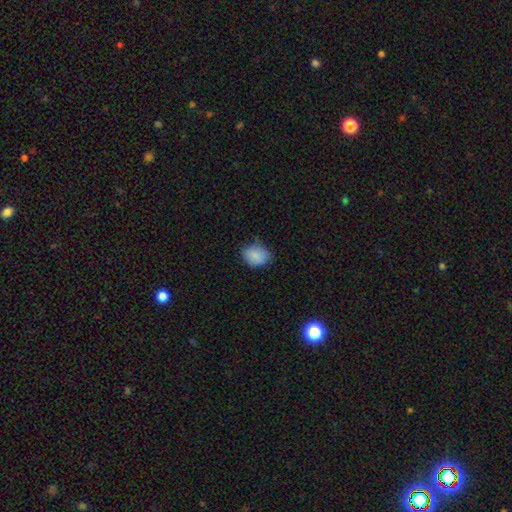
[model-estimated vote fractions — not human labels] This appears to be a smooth galaxy with no disk features (86%) that is in between round and cigar-shaped (59%). Merging: none (68%).